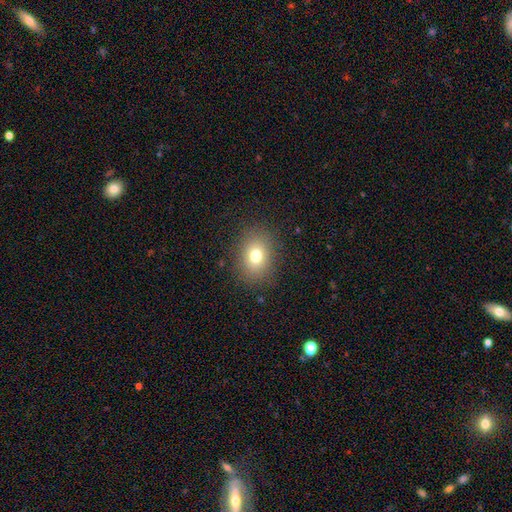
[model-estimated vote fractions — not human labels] Smooth or featured: smooth — 75% (star or artifact — 13%)
How rounded: in between — 55% (round — 44%)
Merging: none — 86% (minor disturbance — 9%)